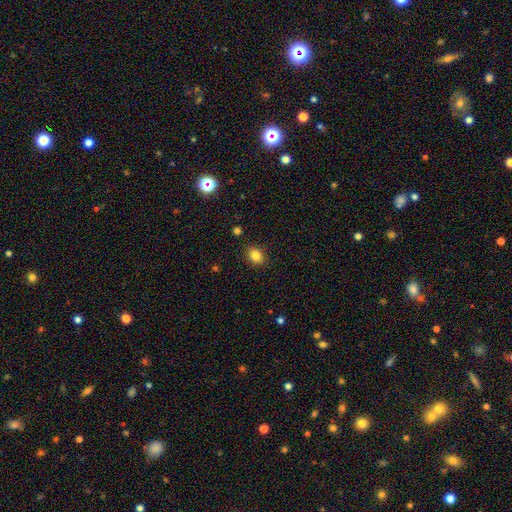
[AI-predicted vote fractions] smooth-or-featured: smooth: 84% | star or artifact: 10% | featured or disk: 6%
  how-rounded: in between: 61% | round: 38% | cigar-shaped: 1%
  merging: none: 88% | minor disturbance: 8% | major disturbance: 2% | merger: 1%